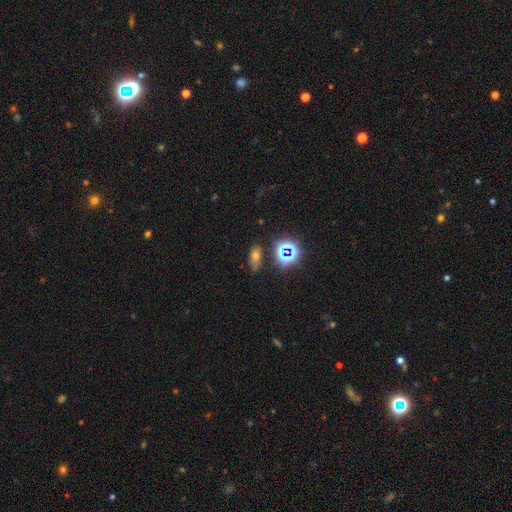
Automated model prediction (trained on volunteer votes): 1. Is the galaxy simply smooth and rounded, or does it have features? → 53% smooth, 33% star or artifact, 14% featured or disk.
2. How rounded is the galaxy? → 81% in between, 13% round, 6% cigar-shaped.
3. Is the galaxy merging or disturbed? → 72% none, 18% minor disturbance, 5% major disturbance, 5% merger.